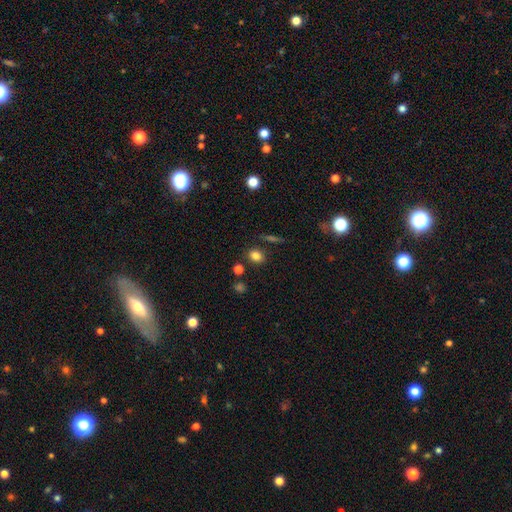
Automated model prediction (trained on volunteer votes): Q: Smooth or featured?
A: smooth (81%); runner-up: star or artifact (12%)
Q: How rounded?
A: round (54%); runner-up: in between (44%)
Q: Merging?
A: none (82%); runner-up: minor disturbance (10%)